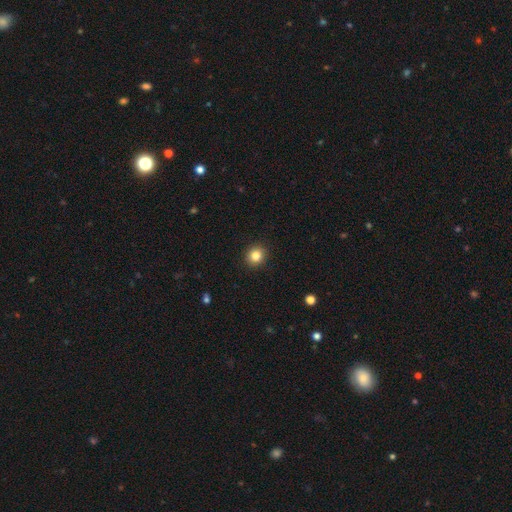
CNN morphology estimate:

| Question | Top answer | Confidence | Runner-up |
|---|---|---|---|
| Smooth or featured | smooth | 84% | star or artifact (11%) |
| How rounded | round | 86% | in between (14%) |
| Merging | none | 92% | minor disturbance (6%) |